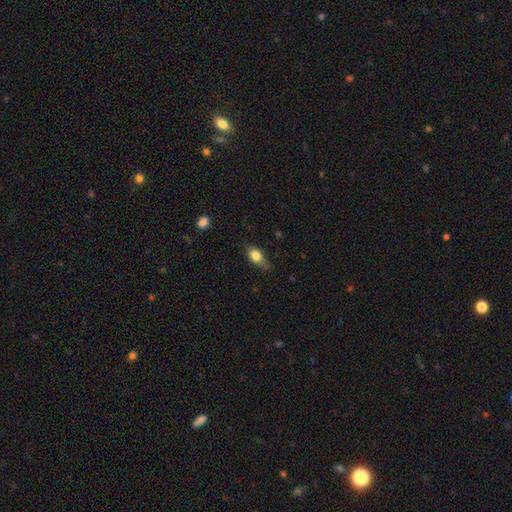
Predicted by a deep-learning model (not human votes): Q: Smooth or featured?
A: smooth (78%); runner-up: featured or disk (14%)
Q: How rounded?
A: in between (76%); runner-up: round (16%)
Q: Merging?
A: none (65%); runner-up: minor disturbance (27%)